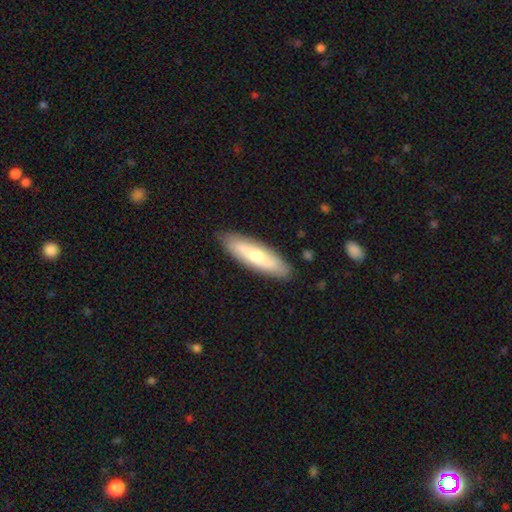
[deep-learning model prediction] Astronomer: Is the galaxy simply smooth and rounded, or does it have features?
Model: smooth — 62%.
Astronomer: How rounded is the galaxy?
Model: cigar-shaped — 61% (runner-up: in between, 38%).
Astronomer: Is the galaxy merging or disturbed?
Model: none — 87%.